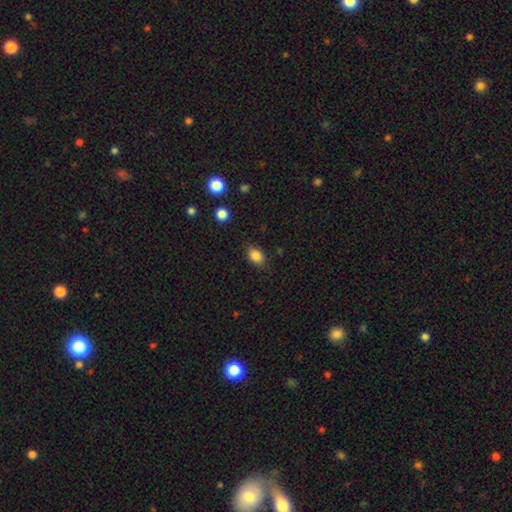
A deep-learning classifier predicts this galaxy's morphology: Overall: smooth (85%). How rounded: in between (76%). Merging: none (81%).